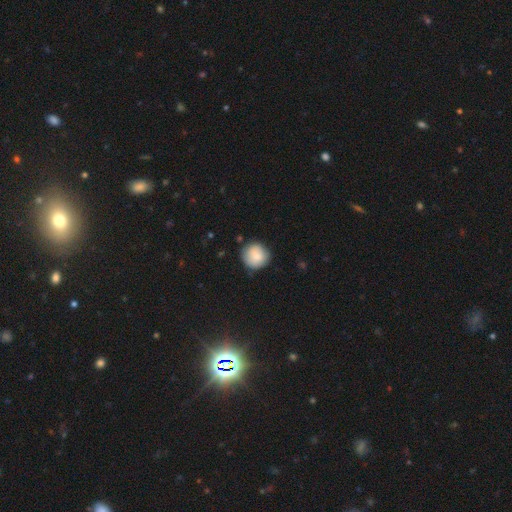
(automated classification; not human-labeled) smooth_or_featured: smooth (p=0.86) [alt: star or artifact p=0.07]
how_rounded: round (p=0.93) [alt: in between p=0.06]
merging: none (p=0.81) [alt: minor disturbance p=0.14]